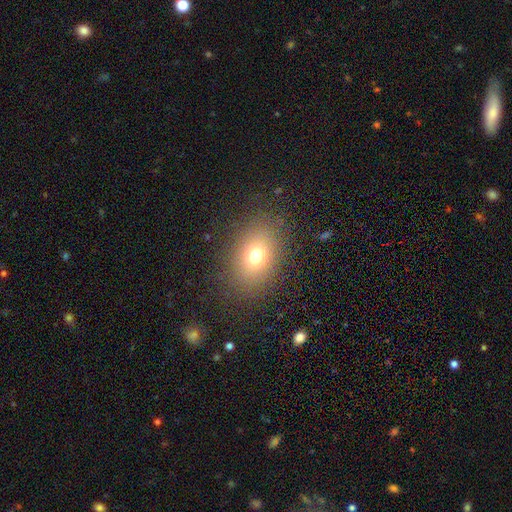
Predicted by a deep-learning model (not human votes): The model was most divided on "how rounded": in between: 72%, round: 27%, cigar-shaped: 1%. More confident: merging — none (84%); smooth or featured — smooth (72%).